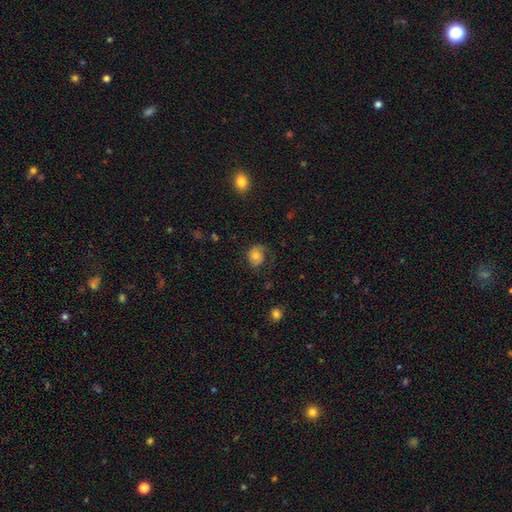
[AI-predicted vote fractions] Q: Smooth or featured?
A: smooth (55%); runner-up: featured or disk (34%)
Q: How rounded?
A: round (67%); runner-up: in between (33%)
Q: Merging?
A: none (57%); runner-up: minor disturbance (23%)